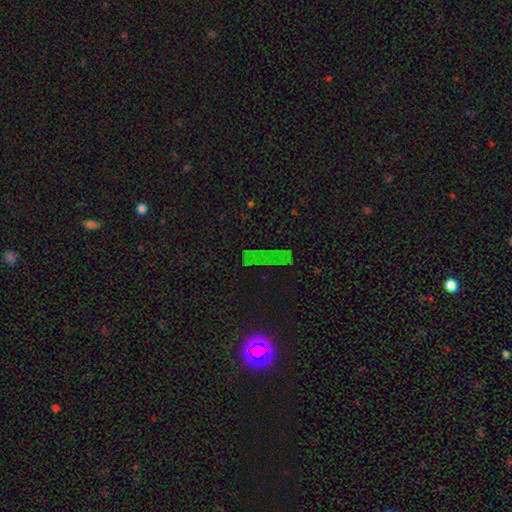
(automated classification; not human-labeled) This is likely a star or artifact rather than a galaxy (63%).